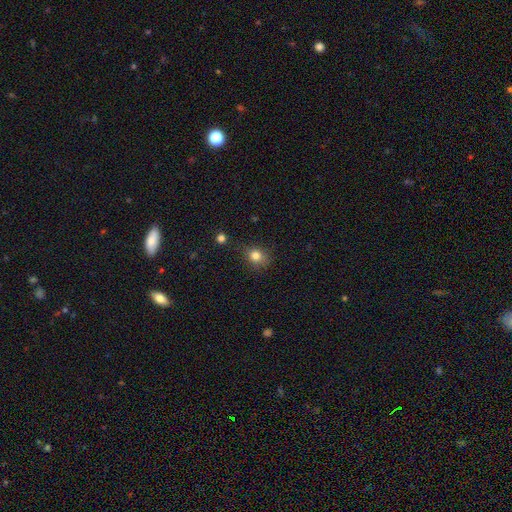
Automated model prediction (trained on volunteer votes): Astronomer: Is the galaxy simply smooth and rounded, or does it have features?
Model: smooth — 80%.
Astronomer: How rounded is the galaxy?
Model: round — 68%.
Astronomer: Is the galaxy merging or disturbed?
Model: none — 76%.